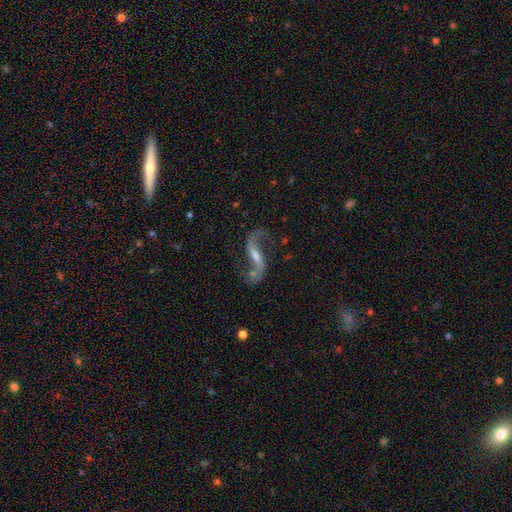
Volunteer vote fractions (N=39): Overall: featured or disk (90%). Edge-on disk: no (86%). Bar: strong (40%; weak 33%). Spiral arms: yes (90%). Spiral arm count: 2 (96%). Spiral winding: loose (89%). Bulge size: small (40%; moderate 37%). Merging: none (61%; minor disturbance 25%).